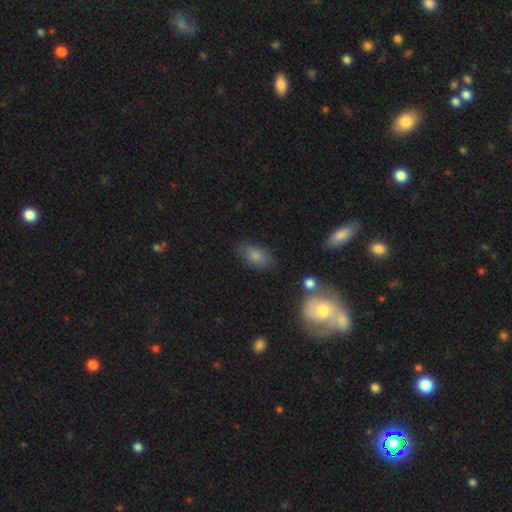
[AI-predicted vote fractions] Morphology: type=smooth (79%); roundness=in between (90%); merging=none (77%).